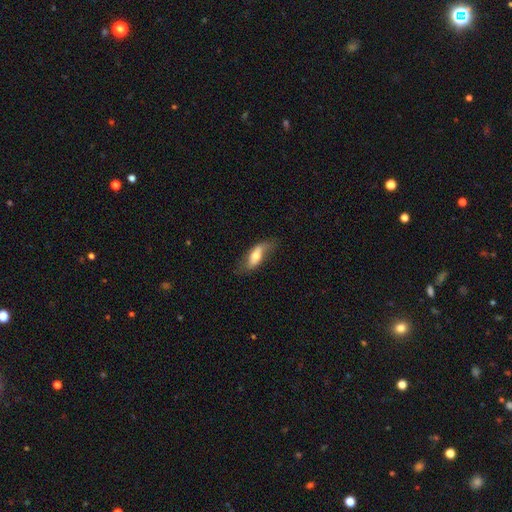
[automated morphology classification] Q: Smooth or featured?
A: smooth (52%); runner-up: featured or disk (41%)
Q: How rounded?
A: in between (70%); runner-up: cigar-shaped (27%)
Q: Merging?
A: none (55%); runner-up: minor disturbance (29%)